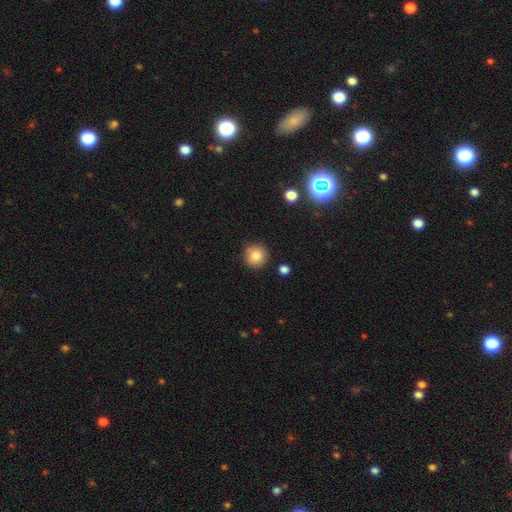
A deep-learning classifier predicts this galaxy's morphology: Overall: smooth (82%). How rounded: round (94%). Merging: none (84%).